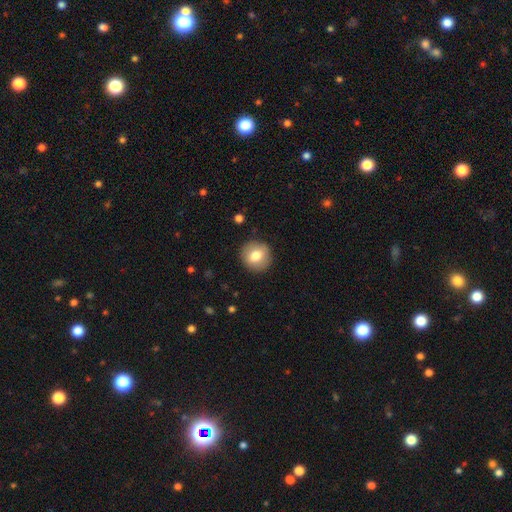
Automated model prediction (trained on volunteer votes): A smooth galaxy with no disk features (75%) that is round (89%). Merging: none (90%).